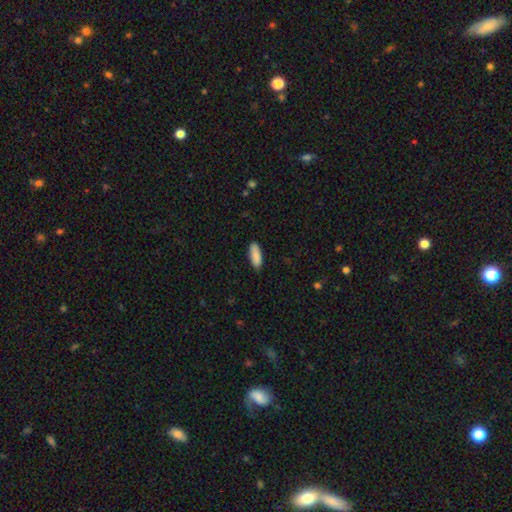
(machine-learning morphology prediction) smooth_or_featured: smooth (p=0.89) [alt: star or artifact p=0.06]
how_rounded: in between (p=0.71) [alt: cigar-shaped p=0.28]
merging: none (p=0.87) [alt: minor disturbance p=0.10]